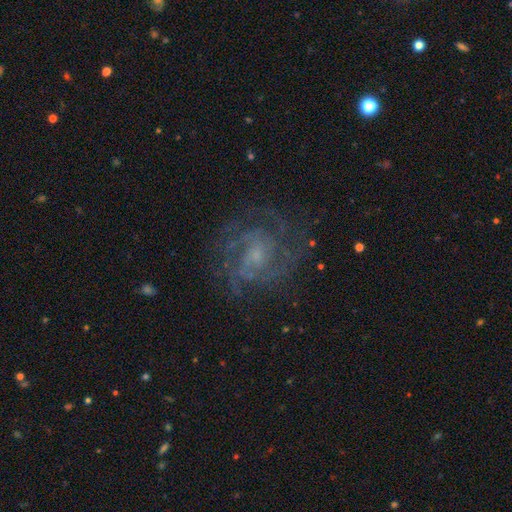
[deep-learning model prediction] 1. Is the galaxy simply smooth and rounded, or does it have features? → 81% featured or disk, 10% star or artifact, 9% smooth.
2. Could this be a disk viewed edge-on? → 98% no, 2% yes.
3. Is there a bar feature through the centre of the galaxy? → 60% no, 34% weak, 6% strong.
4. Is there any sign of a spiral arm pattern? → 93% yes, 7% no.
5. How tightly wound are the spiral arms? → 49% tight, 41% medium, 10% loose.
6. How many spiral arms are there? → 29% can't tell, 25% 3, 23% 2, 12% 4, 6% more than 4, 6% 1.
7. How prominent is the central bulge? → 57% small, 25% moderate, 15% none, 2% large, 1% dominant.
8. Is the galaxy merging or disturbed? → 73% none, 15% minor disturbance, 11% major disturbance, 1% merger.